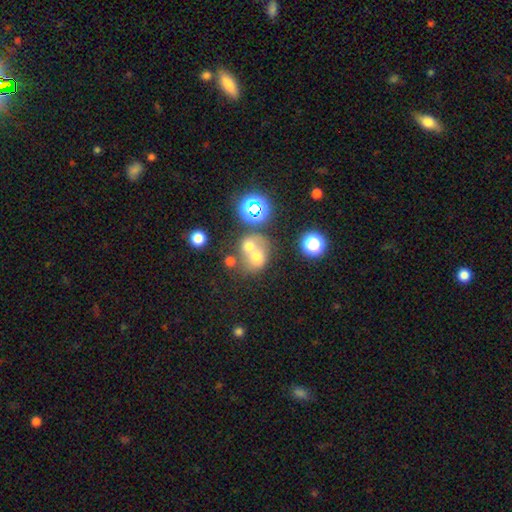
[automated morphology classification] The model was most divided on "merging": merger: 58%, none: 30%, minor disturbance: 7%, major disturbance: 5%. More confident: how rounded — round (72%); smooth or featured — smooth (58%).